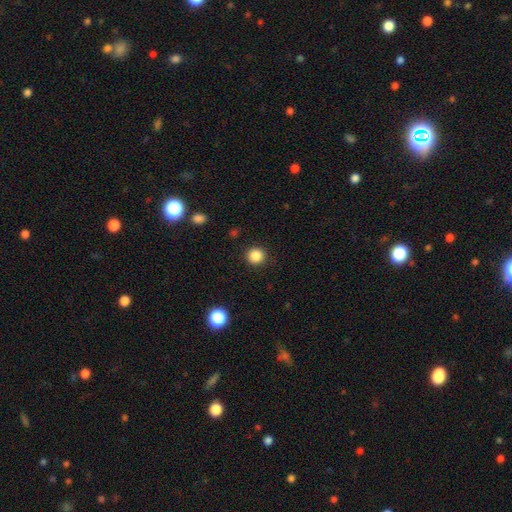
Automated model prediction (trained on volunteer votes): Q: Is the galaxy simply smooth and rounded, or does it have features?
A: smooth — 86%.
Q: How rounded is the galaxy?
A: round — 94%.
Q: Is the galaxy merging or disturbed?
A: none — 91%.